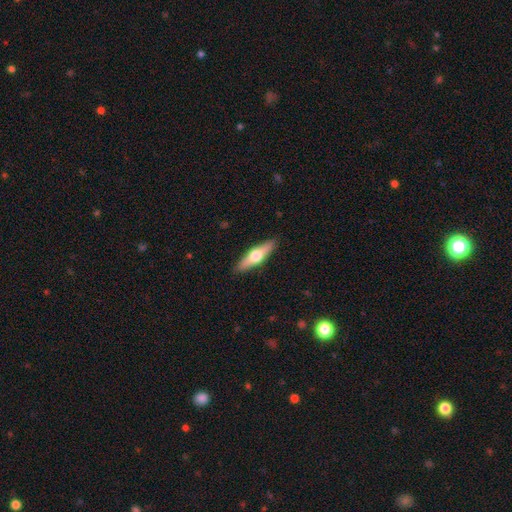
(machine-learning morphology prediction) Overall: featured or disk (52%; smooth 43%). Edge-on disk: yes (92%). Merging: none (90%).